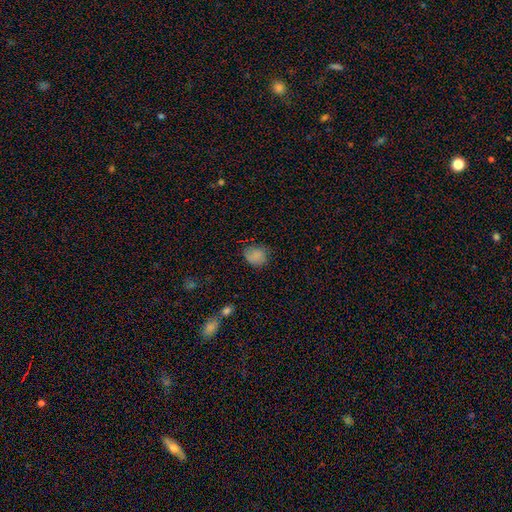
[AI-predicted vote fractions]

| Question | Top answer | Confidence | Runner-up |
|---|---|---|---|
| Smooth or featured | smooth | 82% | star or artifact (11%) |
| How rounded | round | 62% | in between (37%) |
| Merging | none | 70% | minor disturbance (23%) |